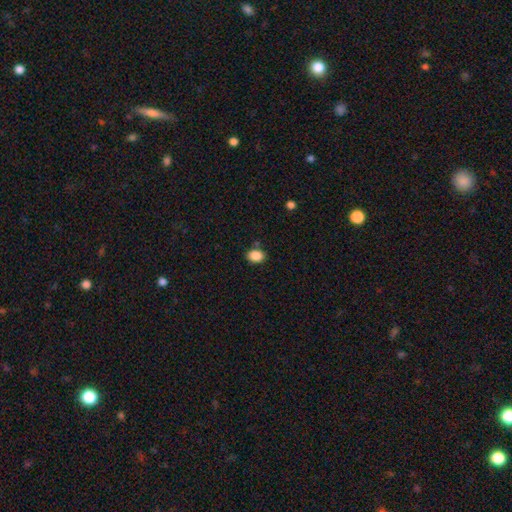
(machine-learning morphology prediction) smooth-or-featured: smooth: 87% | star or artifact: 9% | featured or disk: 4%
  how-rounded: in between: 70% | round: 29% | cigar-shaped: 1%
  merging: none: 80% | minor disturbance: 12% | merger: 5% | major disturbance: 3%